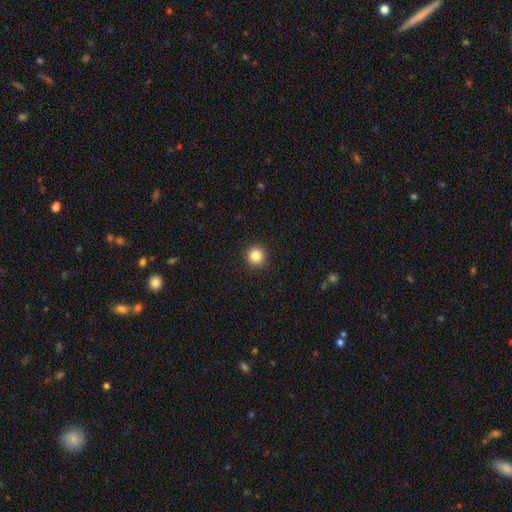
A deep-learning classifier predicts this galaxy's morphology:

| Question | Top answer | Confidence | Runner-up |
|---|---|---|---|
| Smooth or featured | smooth | 85% | star or artifact (11%) |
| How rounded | round | 95% | in between (4%) |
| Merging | none | 93% | minor disturbance (4%) |